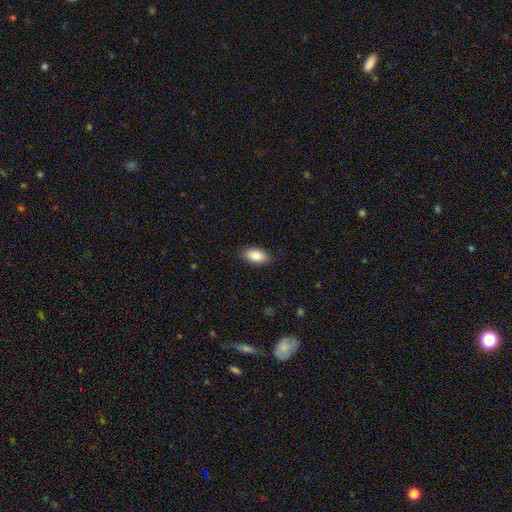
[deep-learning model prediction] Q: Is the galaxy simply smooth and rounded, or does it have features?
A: smooth — 86%.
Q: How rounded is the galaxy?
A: in between — 93%.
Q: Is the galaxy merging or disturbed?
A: none — 88%.